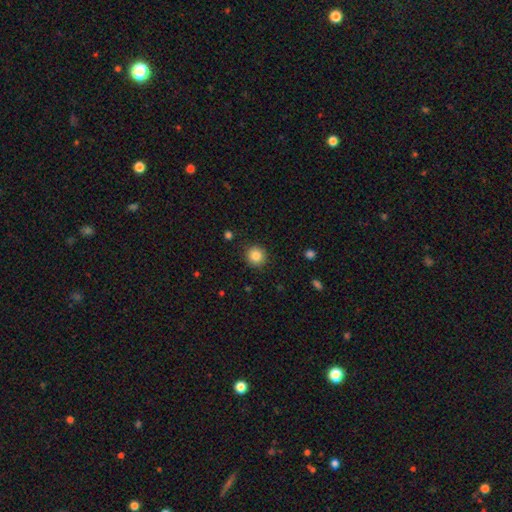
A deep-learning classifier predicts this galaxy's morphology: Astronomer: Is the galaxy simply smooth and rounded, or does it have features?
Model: smooth — 85%.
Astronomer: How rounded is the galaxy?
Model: round — 93%.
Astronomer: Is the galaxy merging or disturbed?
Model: none — 91%.